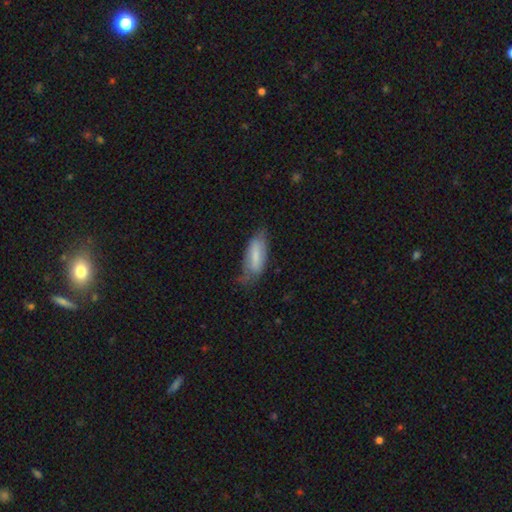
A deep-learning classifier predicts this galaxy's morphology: smooth_or_featured: smooth (p=0.63) [alt: featured or disk p=0.30]
how_rounded: in between (p=0.73) [alt: cigar-shaped p=0.24]
merging: none (p=0.53) [alt: minor disturbance p=0.34]